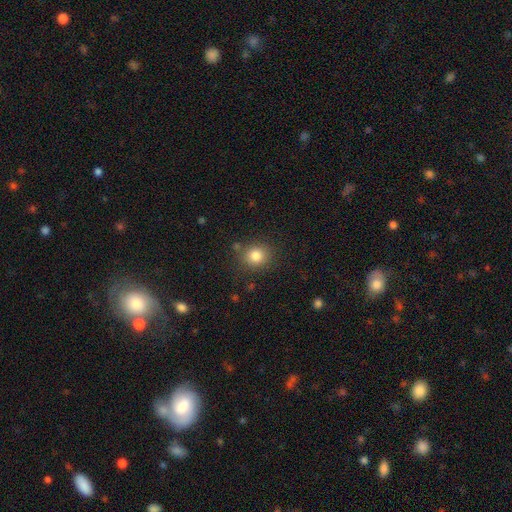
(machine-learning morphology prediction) smooth-or-featured: smooth: 81% | star or artifact: 12% | featured or disk: 7%
  how-rounded: round: 83% | in between: 16% | cigar-shaped: 1%
  merging: none: 82% | minor disturbance: 11% | major disturbance: 4% | merger: 4%